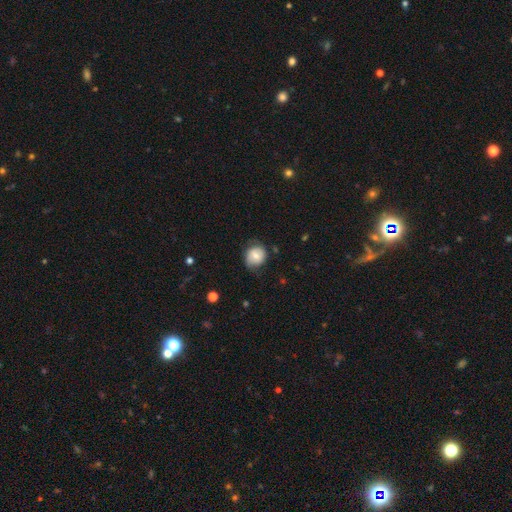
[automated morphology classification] Smooth or featured: smooth — 64% (featured or disk — 28%)
How rounded: round — 74% (in between — 25%)
Merging: none — 62% (minor disturbance — 27%)